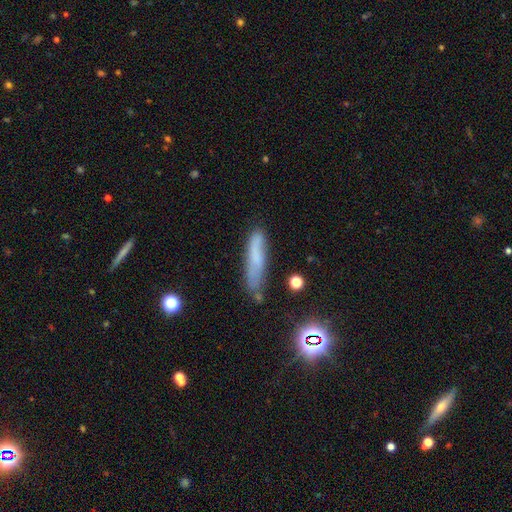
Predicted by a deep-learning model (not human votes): A smooth galaxy with no disk features (60%) that is cigar-shaped (83%).

Vote fractions:
- Smooth or featured? smooth: 60% / featured or disk: 27% / star or artifact: 13%
- How rounded? cigar-shaped: 83% / in between: 15% / round: 2%
- Merging? none: 61% / minor disturbance: 26% / major disturbance: 8% / merger: 5%